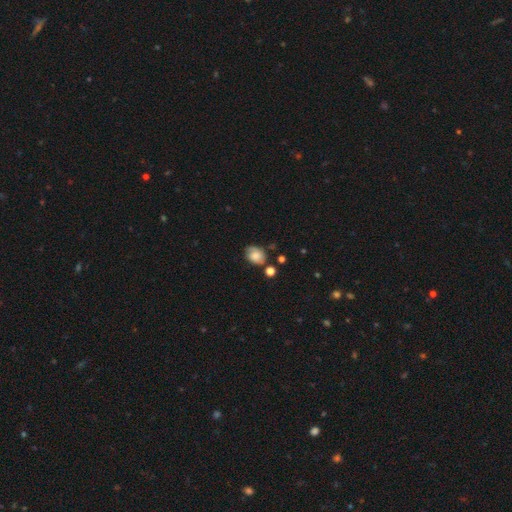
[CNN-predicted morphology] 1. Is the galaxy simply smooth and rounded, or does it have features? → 69% smooth, 20% featured or disk, 10% star or artifact.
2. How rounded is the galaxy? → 62% in between, 37% round, 1% cigar-shaped.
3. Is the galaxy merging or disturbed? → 60% none, 25% minor disturbance, 7% merger, 7% major disturbance.